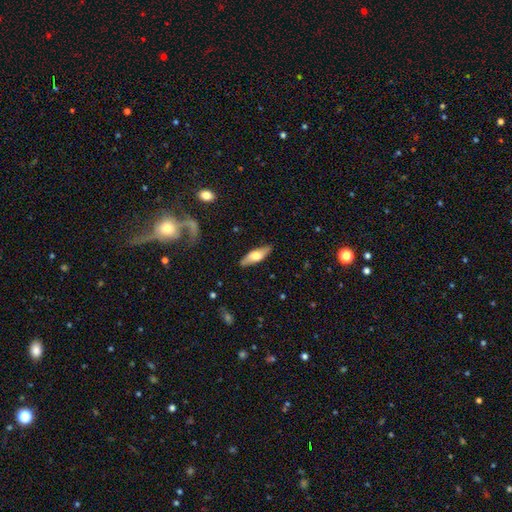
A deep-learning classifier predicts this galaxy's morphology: Smooth or featured?
  - smooth: 56% *
  - featured or disk: 39%
  - star or artifact: 6%
How rounded?
  - in between: 54% *
  - cigar-shaped: 44%
  - round: 2%
Merging?
  - none: 86% *
  - minor disturbance: 11%
  - major disturbance: 2%
  - merger: 1%